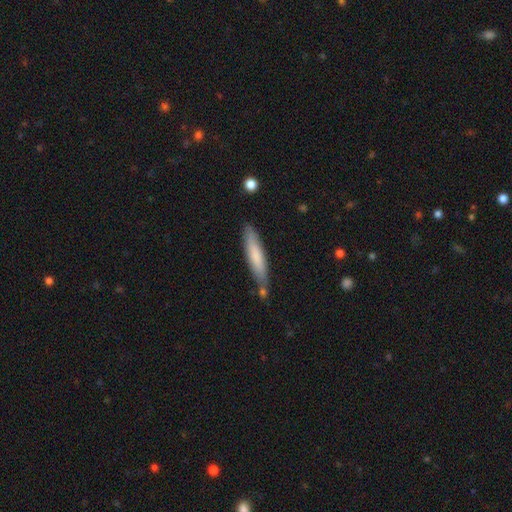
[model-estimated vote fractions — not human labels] Overall: smooth (72%). How rounded: cigar-shaped (87%). Merging: none (78%).